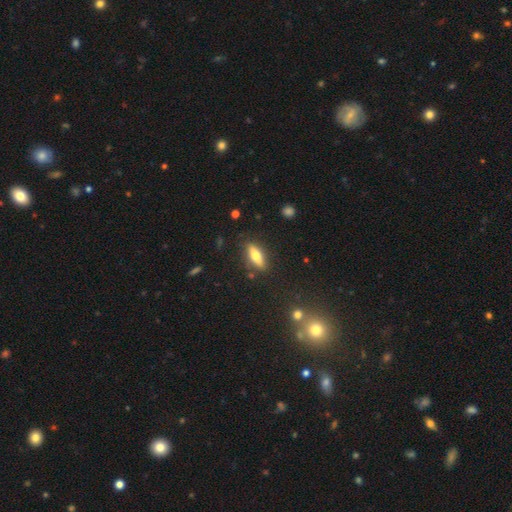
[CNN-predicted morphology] smooth-or-featured: smooth: 58% | featured or disk: 34% | star or artifact: 8%
  how-rounded: cigar-shaped: 50% | in between: 47% | round: 3%
  merging: none: 84% | minor disturbance: 11% | major disturbance: 3% | merger: 2%